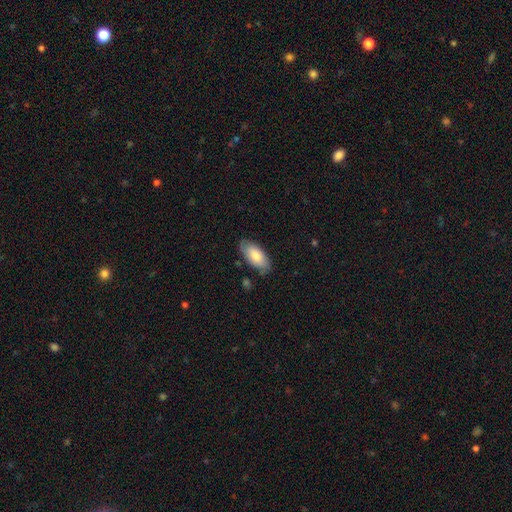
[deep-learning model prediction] smooth_or_featured: smooth (p=0.78) [alt: featured or disk p=0.17]
how_rounded: in between (p=0.92) [alt: cigar-shaped p=0.06]
merging: none (p=0.79) [alt: minor disturbance p=0.16]